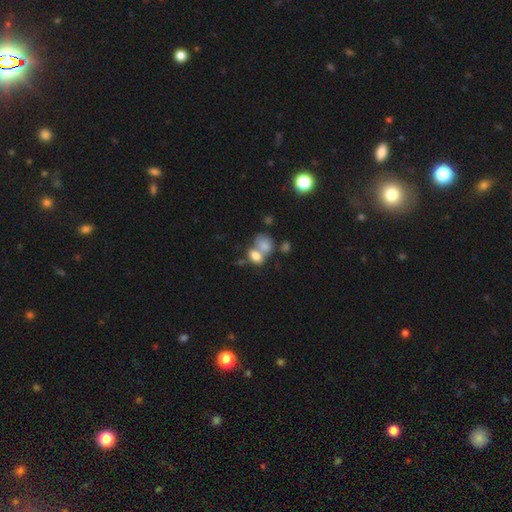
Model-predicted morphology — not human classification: The model was most divided on "merging": merger: 58%, none: 26%, minor disturbance: 10%, major disturbance: 7%. More confident: how rounded — in between (77%); smooth or featured — smooth (76%).